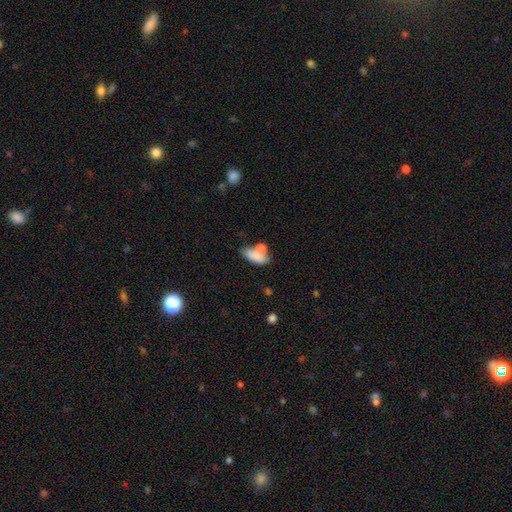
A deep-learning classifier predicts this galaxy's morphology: type=smooth (75%); roundness=in between (81%); merging=none (39%).